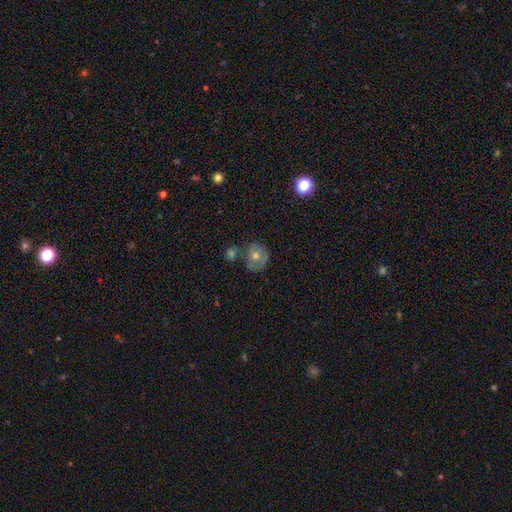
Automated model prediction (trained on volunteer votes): A featured or disk galaxy (48%). Merging: none (66%).